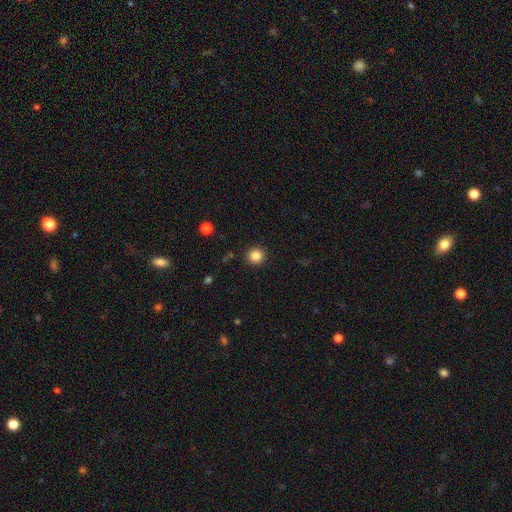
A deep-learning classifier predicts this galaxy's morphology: Smooth or featured?
  - smooth: 85% *
  - star or artifact: 11%
  - featured or disk: 4%
How rounded?
  - round: 95% *
  - in between: 4%
  - cigar-shaped: 1%
Merging?
  - none: 92% *
  - minor disturbance: 5%
  - major disturbance: 2%
  - merger: 1%